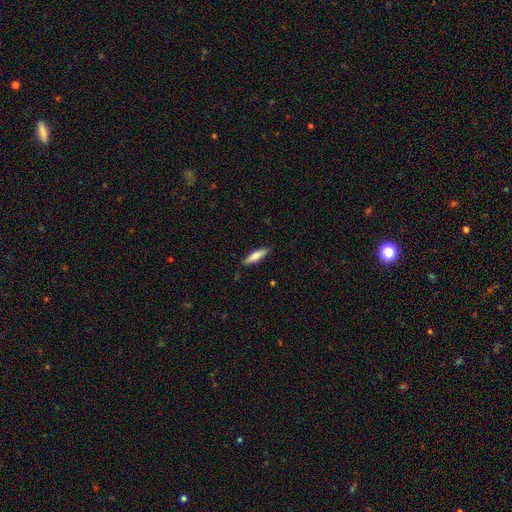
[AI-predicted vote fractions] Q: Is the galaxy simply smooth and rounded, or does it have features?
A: smooth — 73%.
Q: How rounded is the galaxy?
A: cigar-shaped — 67%.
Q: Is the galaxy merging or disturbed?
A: none — 87%.